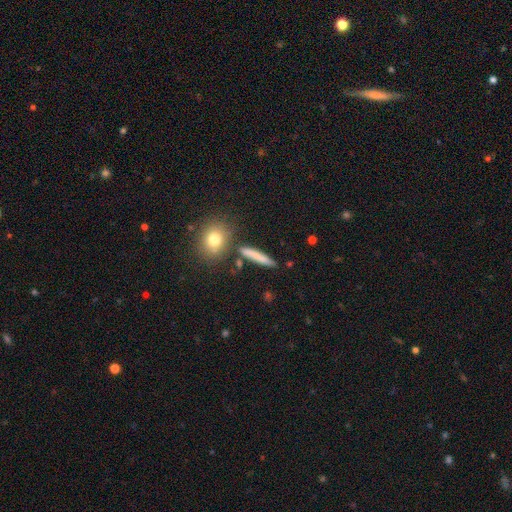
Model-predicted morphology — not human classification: The model was most divided on "smooth or featured": smooth: 73%, featured or disk: 19%, star or artifact: 8%. More confident: how rounded — cigar-shaped (86%); merging — none (81%).